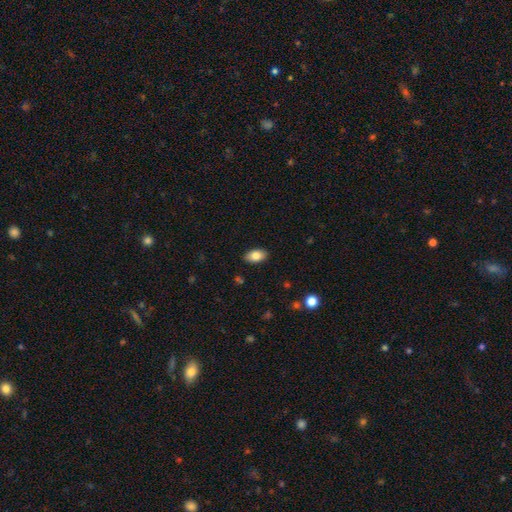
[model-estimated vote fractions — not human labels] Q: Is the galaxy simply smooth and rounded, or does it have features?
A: smooth — 83%.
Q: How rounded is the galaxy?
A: in between — 93%.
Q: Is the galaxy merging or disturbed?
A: none — 88%.